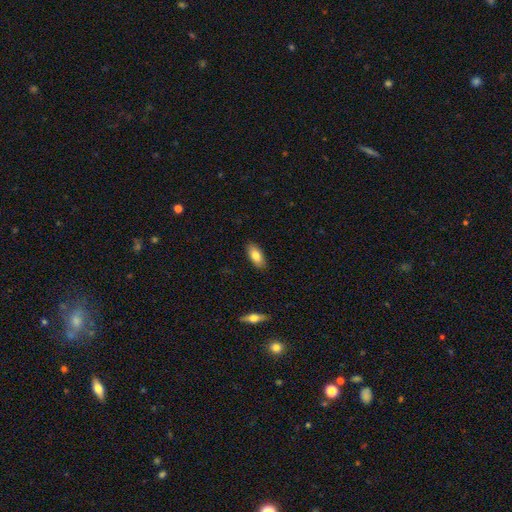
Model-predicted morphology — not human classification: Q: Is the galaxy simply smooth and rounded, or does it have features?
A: smooth — 81%.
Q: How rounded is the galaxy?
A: in between — 88%.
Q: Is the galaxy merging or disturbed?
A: none — 87%.